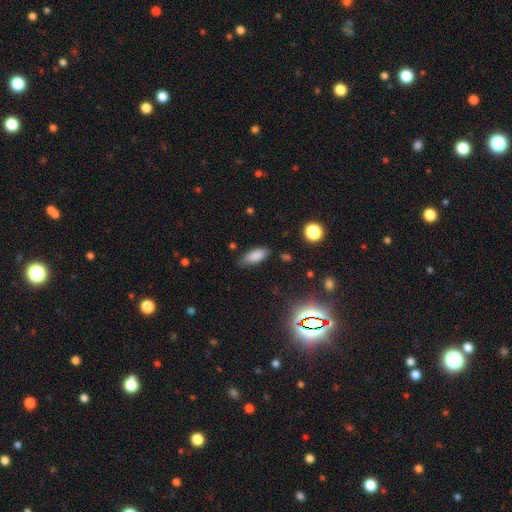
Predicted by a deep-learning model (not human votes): Smooth or featured? Predicted: smooth (p=0.84). How rounded? Predicted: in between (p=0.82). Merging? Predicted: none (p=0.79).